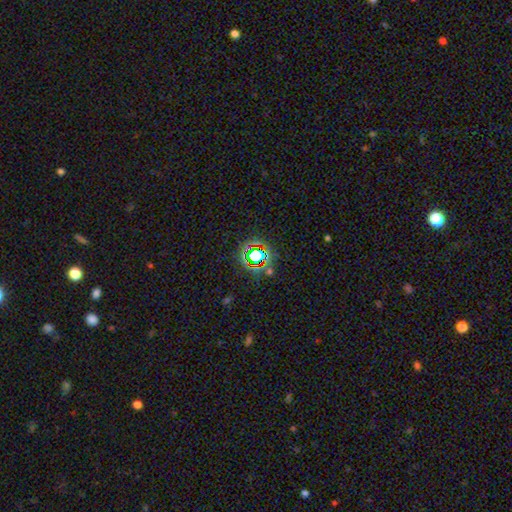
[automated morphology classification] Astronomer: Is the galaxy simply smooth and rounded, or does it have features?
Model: star or artifact — 68%.